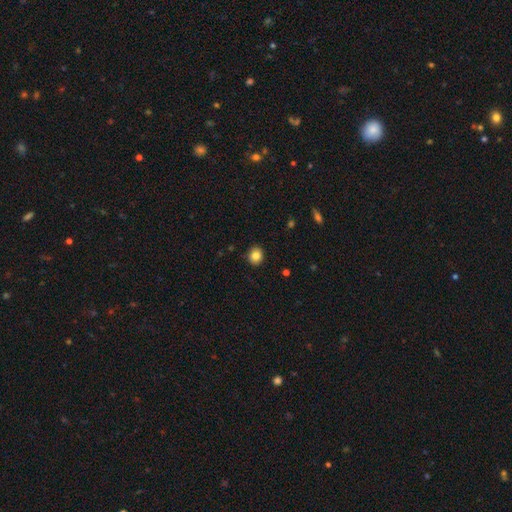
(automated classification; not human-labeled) Smooth or featured? smooth (83%)
How rounded? round (81%)
Merging? none (90%)